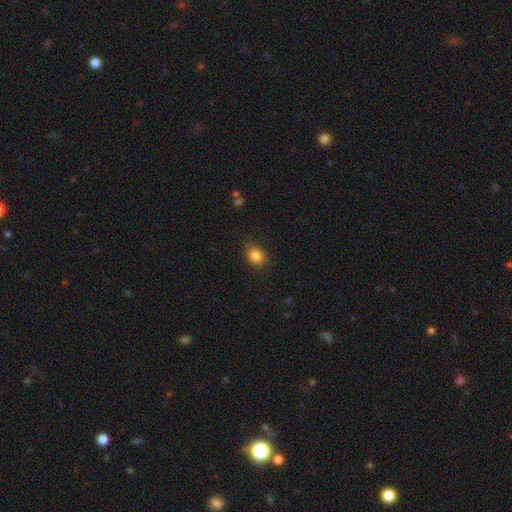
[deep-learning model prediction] Morphology: type=smooth (85%); roundness=round (50%); merging=none (85%).